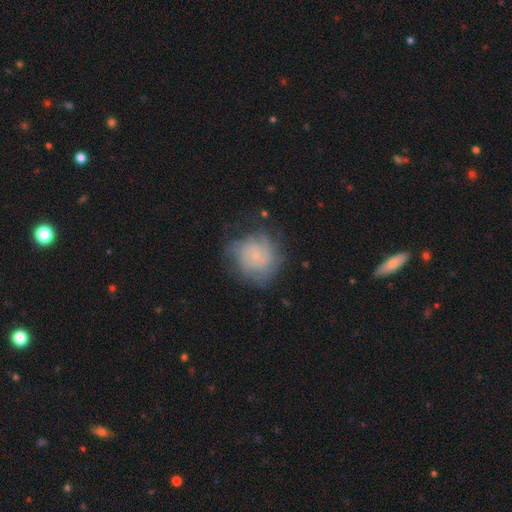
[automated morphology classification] Overall: featured or disk (60%; smooth 31%). Edge-on disk: no (98%). Bar: no (79%). Spiral arms: yes (84%). Bulge size: small (77%). Merging: none (60%; minor disturbance 23%).